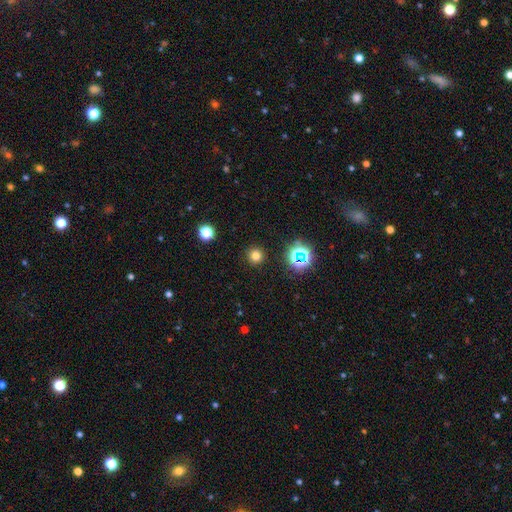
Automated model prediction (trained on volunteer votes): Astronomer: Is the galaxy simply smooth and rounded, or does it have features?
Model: smooth — 74%.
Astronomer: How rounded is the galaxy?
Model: round — 95%.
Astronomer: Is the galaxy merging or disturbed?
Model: none — 91%.